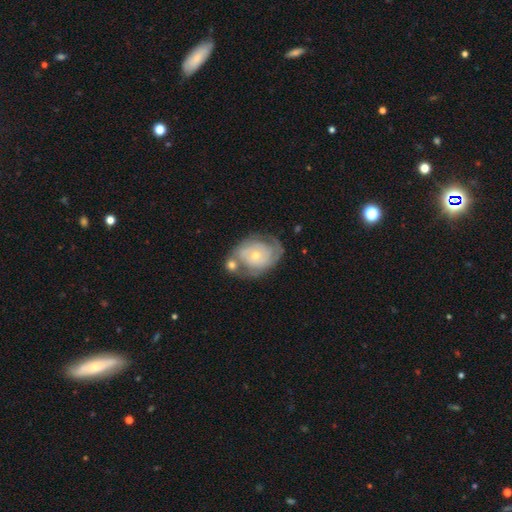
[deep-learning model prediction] smooth_or_featured: featured or disk (p=0.74) [alt: smooth p=0.21]
disk_edge_on: no (p=0.97) [alt: yes p=0.03]
bar: no (p=0.78) [alt: weak p=0.18]
has_spiral_arms: yes (p=0.81) [alt: no p=0.19]
spiral_winding: tight (p=0.58) [alt: medium p=0.30]
spiral_arm_count: 2 (p=0.47) [alt: can't tell p=0.31]
bulge_size: small (p=0.57) [alt: moderate p=0.39]
merging: none (p=0.46) [alt: merger p=0.21]